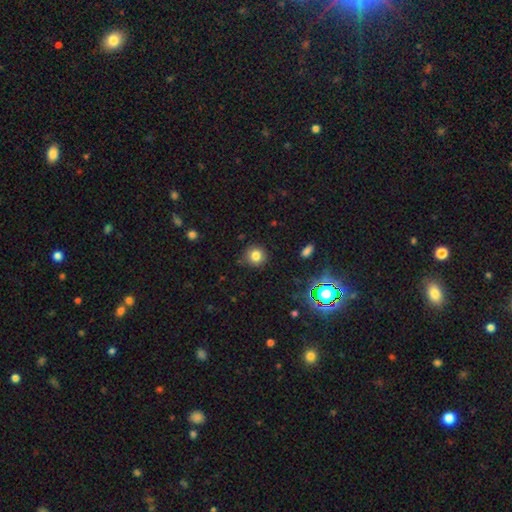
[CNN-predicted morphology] smooth_or_featured: smooth (p=0.80) [alt: star or artifact p=0.13]
how_rounded: round (p=0.91) [alt: in between p=0.08]
merging: none (p=0.86) [alt: minor disturbance p=0.10]